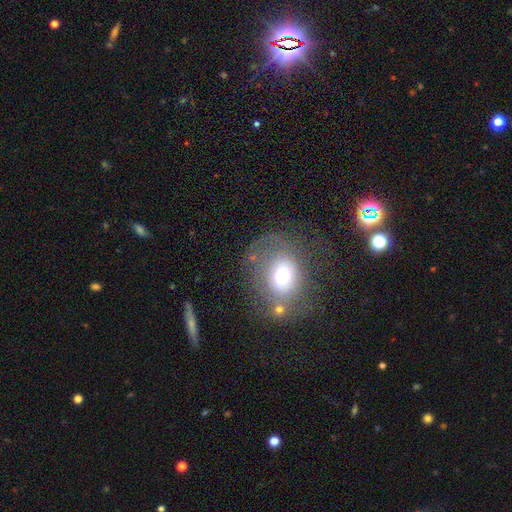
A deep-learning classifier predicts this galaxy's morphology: type=smooth (51%); roundness=round (64%); merging=none (58%).